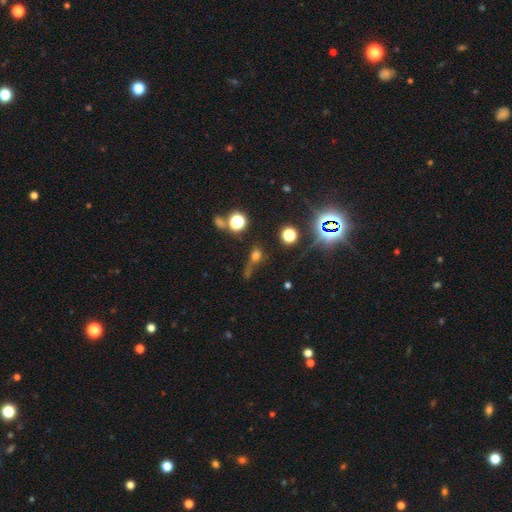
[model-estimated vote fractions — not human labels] smooth 53%, star or artifact 34%, featured or disk 14%. Down the decision tree: how rounded — round (62%); merging — none (43%).